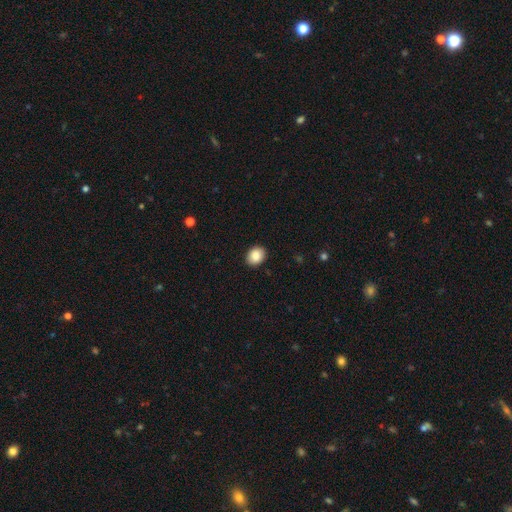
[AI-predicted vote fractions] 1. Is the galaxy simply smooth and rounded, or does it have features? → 88% smooth, 8% star or artifact, 5% featured or disk.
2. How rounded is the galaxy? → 52% in between, 48% round, 1% cigar-shaped.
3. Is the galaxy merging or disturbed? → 91% none, 7% minor disturbance, 2% major disturbance, 1% merger.